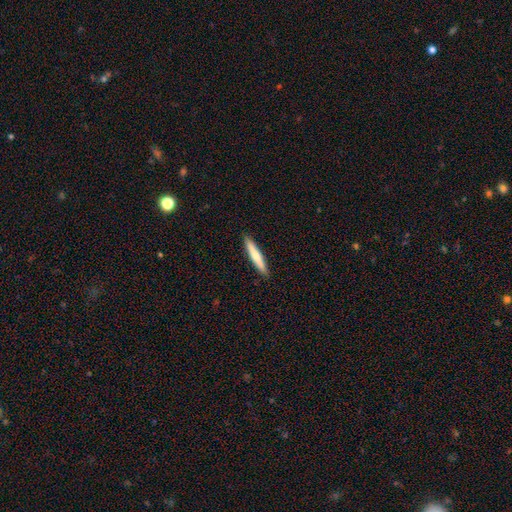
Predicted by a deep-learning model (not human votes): Overall: smooth (67%; featured or disk 28%). How rounded: cigar-shaped (94%). Merging: none (91%).